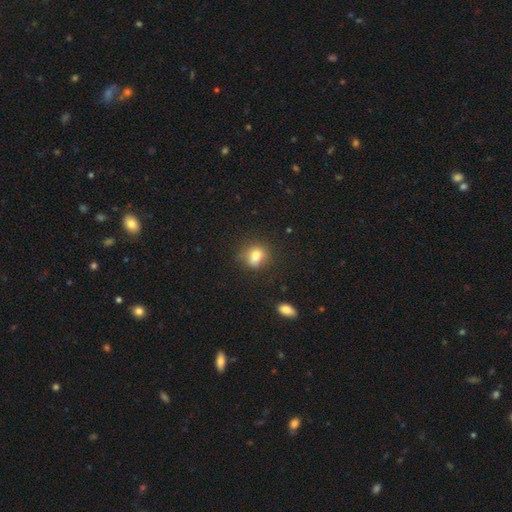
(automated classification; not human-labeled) smooth_or_featured: smooth (p=0.80) [alt: star or artifact p=0.11]
how_rounded: round (p=0.51) [alt: in between p=0.47]
merging: none (p=0.65) [alt: minor disturbance p=0.23]